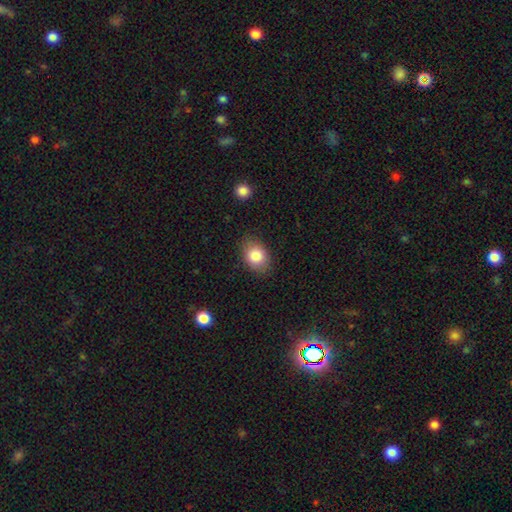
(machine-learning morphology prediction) Smooth or featured? smooth (83%)
How rounded? in between (71%)
Merging? none (81%)